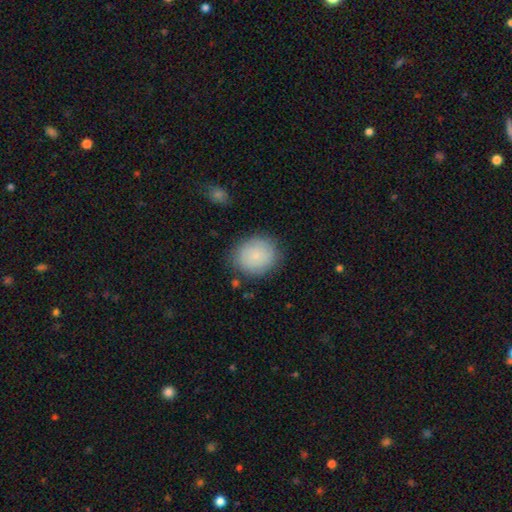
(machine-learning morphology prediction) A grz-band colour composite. It shows a smooth galaxy with no disk features (79%) that is round (63%). Merging: none (81%).